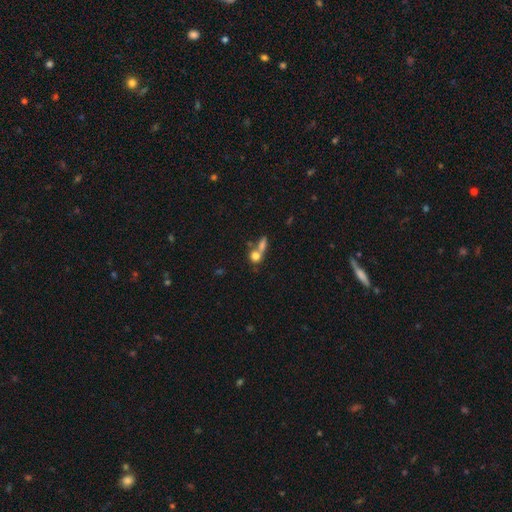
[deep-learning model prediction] smooth 73%, featured or disk 16%, star or artifact 11%. Down the decision tree: how rounded — round (63%); merging — merger (54%).